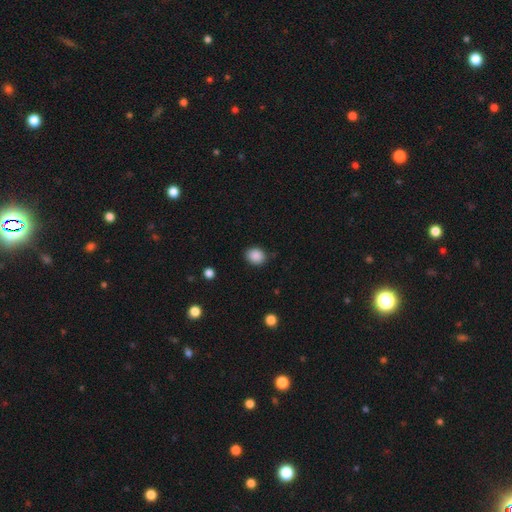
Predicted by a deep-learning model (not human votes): Smooth or featured: smooth — 88% (star or artifact — 9%)
How rounded: round — 56% (in between — 43%)
Merging: none — 85% (minor disturbance — 11%)